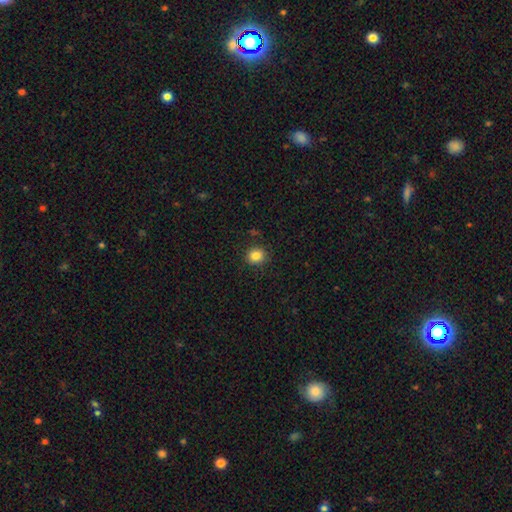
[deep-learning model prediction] Overall: smooth (84%). How rounded: round (81%). Merging: none (88%).